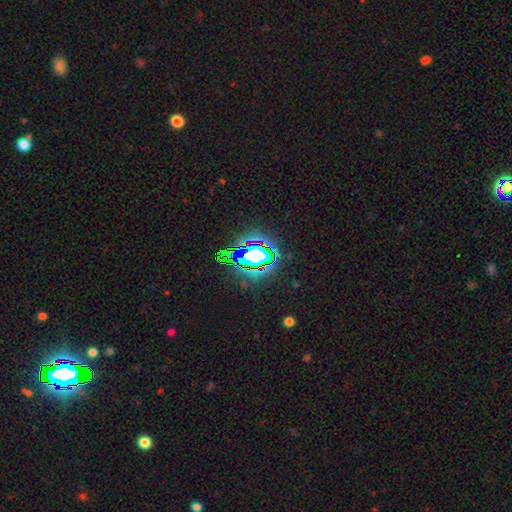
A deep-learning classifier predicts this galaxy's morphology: Smooth or featured? star or artifact (69%)